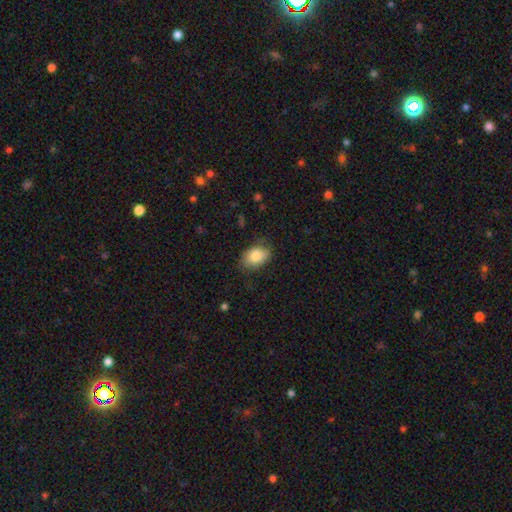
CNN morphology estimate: type=smooth (84%); roundness=in between (85%); merging=none (70%).